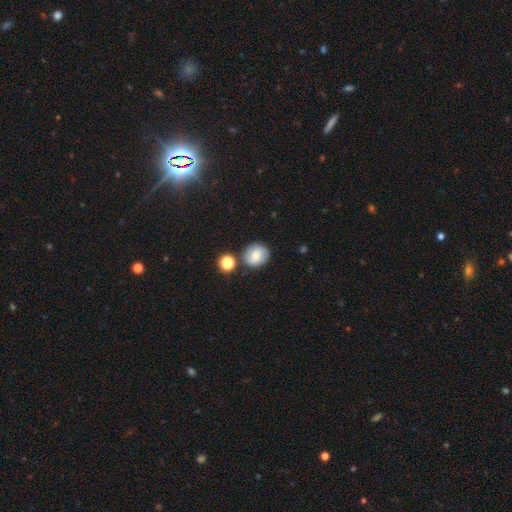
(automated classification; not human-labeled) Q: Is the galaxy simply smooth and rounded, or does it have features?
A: smooth — 68%.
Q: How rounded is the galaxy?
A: round — 79%.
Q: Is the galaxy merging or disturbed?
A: none — 77%.